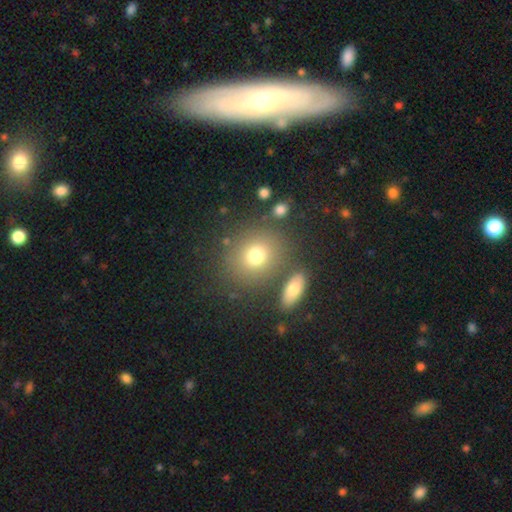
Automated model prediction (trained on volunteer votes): smooth_or_featured: smooth (p=0.74) [alt: star or artifact p=0.15]
how_rounded: round (p=0.78) [alt: in between p=0.21]
merging: none (p=0.75) [alt: merger p=0.10]